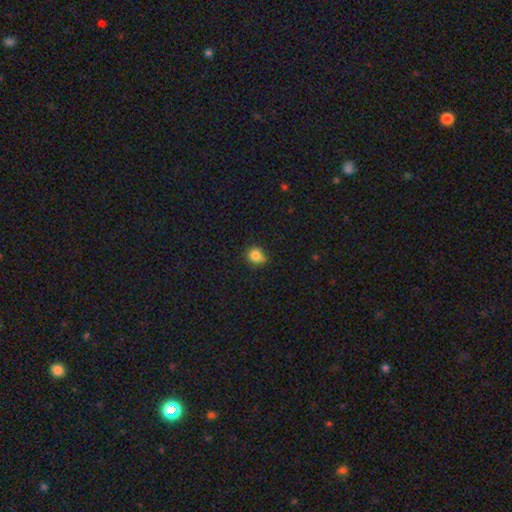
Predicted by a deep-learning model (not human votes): smooth_or_featured: smooth (p=0.83) [alt: star or artifact p=0.12]
how_rounded: round (p=0.81) [alt: in between p=0.18]
merging: none (p=0.66) [alt: minor disturbance p=0.24]